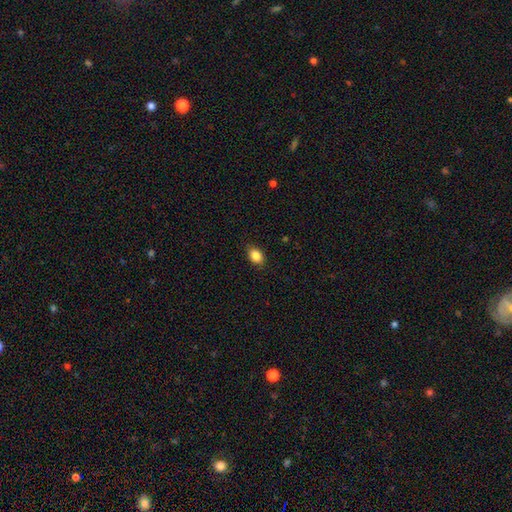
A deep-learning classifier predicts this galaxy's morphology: smooth 86%, star or artifact 8%, featured or disk 6%. Down the decision tree: how rounded — in between (81%); merging — none (87%).